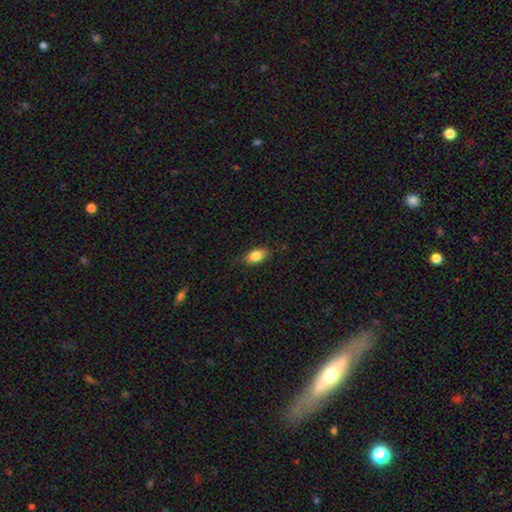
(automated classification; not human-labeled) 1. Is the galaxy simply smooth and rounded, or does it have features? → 83% smooth, 10% featured or disk, 8% star or artifact.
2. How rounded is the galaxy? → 87% in between, 9% round, 4% cigar-shaped.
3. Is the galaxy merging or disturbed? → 80% none, 16% minor disturbance, 3% major disturbance, 1% merger.